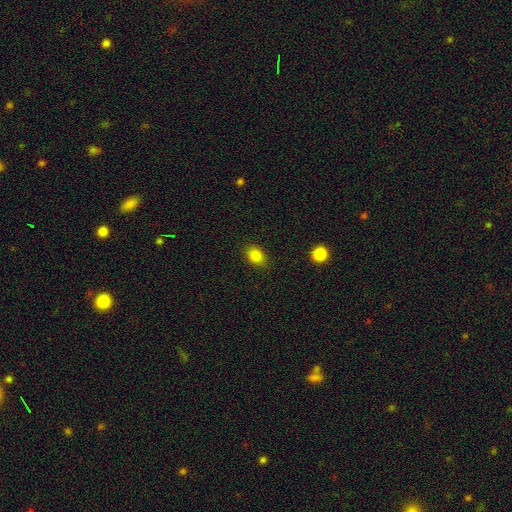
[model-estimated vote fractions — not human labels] Smooth or featured?
  - smooth: 84% *
  - star or artifact: 11%
  - featured or disk: 5%
How rounded?
  - in between: 66% *
  - round: 33%
  - cigar-shaped: 1%
Merging?
  - none: 85% *
  - minor disturbance: 11%
  - major disturbance: 3%
  - merger: 1%